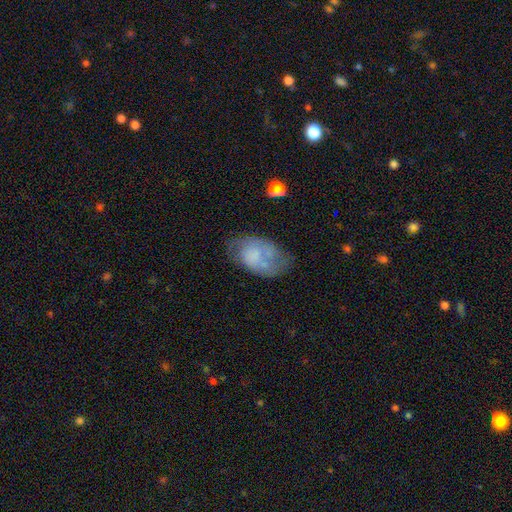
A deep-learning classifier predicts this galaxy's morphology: A featured or disk galaxy (46%).

Vote fractions:
- Smooth or featured? featured or disk: 46% / smooth: 45% / star or artifact: 9%
- Merging? none: 46% / minor disturbance: 29% / major disturbance: 18% / merger: 6%